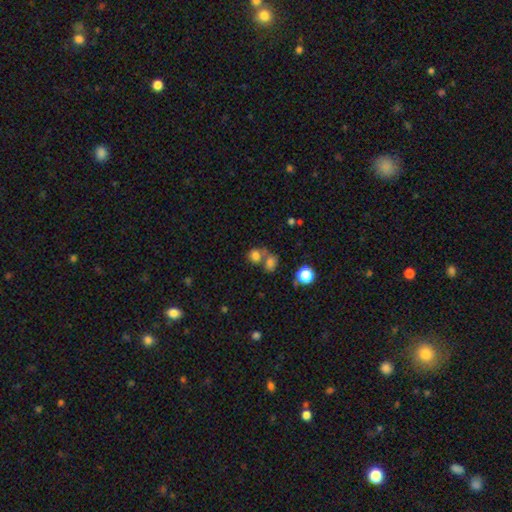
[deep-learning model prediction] A smooth galaxy with no disk features (76%) that is round (59%).

Vote fractions:
- Smooth or featured? smooth: 76% / star or artifact: 14% / featured or disk: 10%
- How rounded? round: 59% / in between: 40% / cigar-shaped: 1%
- Merging? merger: 53% / none: 34% / minor disturbance: 8% / major disturbance: 5%